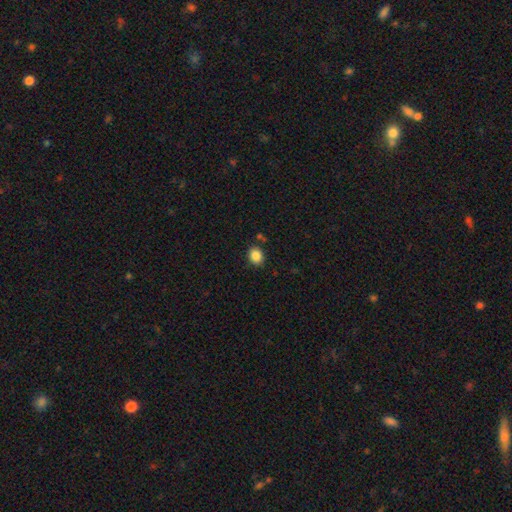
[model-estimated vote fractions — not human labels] Smooth or featured? Predicted: smooth (p=0.87). How rounded? Predicted: round (p=0.55). Merging? Predicted: none (p=0.84).